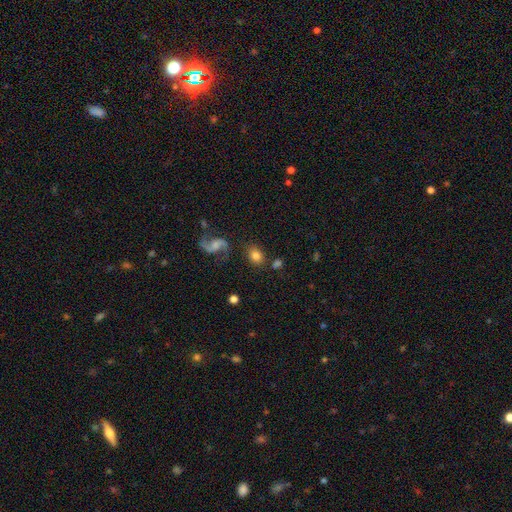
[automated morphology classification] smooth_or_featured: smooth (p=0.69) [alt: featured or disk p=0.22]
how_rounded: in between (p=0.52) [alt: round p=0.46]
merging: none (p=0.75) [alt: minor disturbance p=0.13]